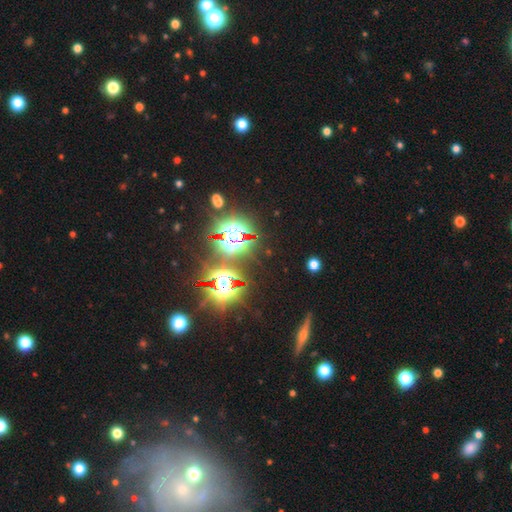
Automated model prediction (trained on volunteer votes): Smooth or featured? Predicted: star or artifact (p=0.67).